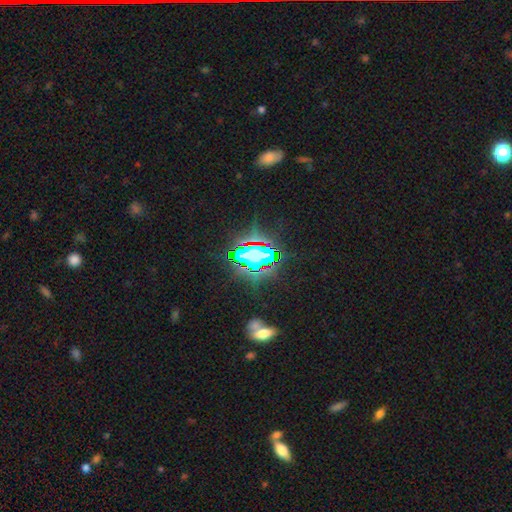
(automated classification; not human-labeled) Smooth or featured?
  - star or artifact: 68% *
  - smooth: 18%
  - featured or disk: 14%